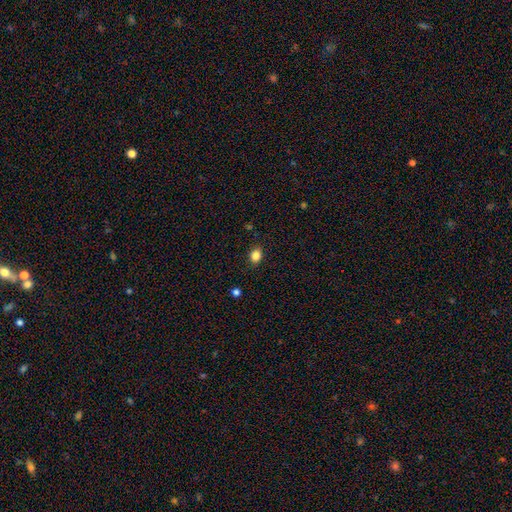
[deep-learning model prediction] smooth_or_featured: smooth (p=0.84) [alt: star or artifact p=0.11]
how_rounded: round (p=0.51) [alt: in between p=0.48]
merging: none (p=0.88) [alt: minor disturbance p=0.09]